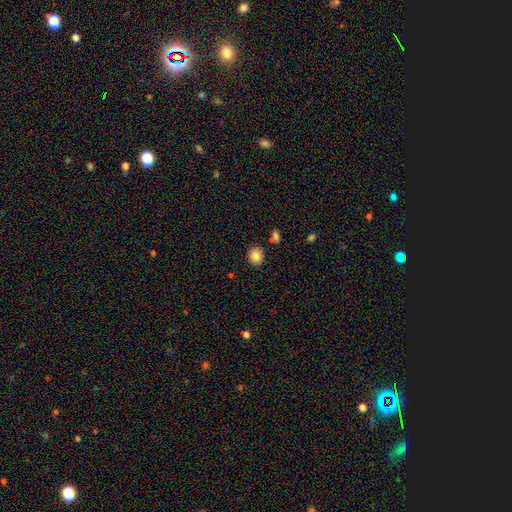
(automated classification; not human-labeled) Overall: smooth (84%). How rounded: round (59%; in between 40%). Merging: none (85%).